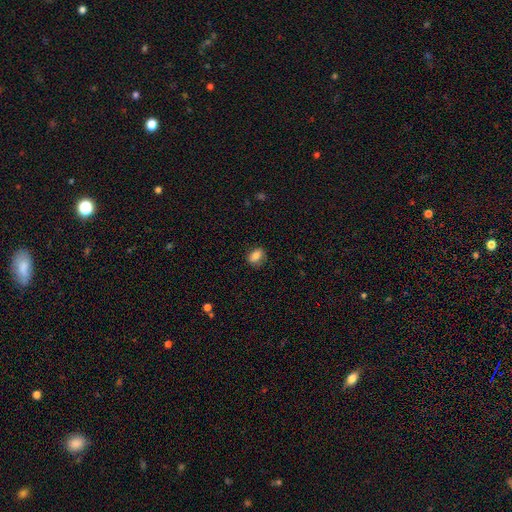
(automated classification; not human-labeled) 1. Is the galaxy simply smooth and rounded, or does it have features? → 79% smooth, 11% featured or disk, 9% star or artifact.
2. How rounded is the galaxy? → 70% in between, 27% round, 2% cigar-shaped.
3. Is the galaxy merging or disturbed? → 80% none, 16% minor disturbance, 4% major disturbance, 1% merger.